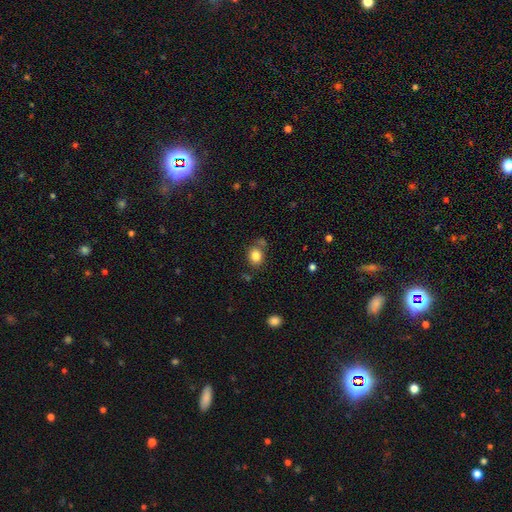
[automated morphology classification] This appears to be a smooth galaxy with no disk features (83%) that is round (57%). Merging: none (70%).